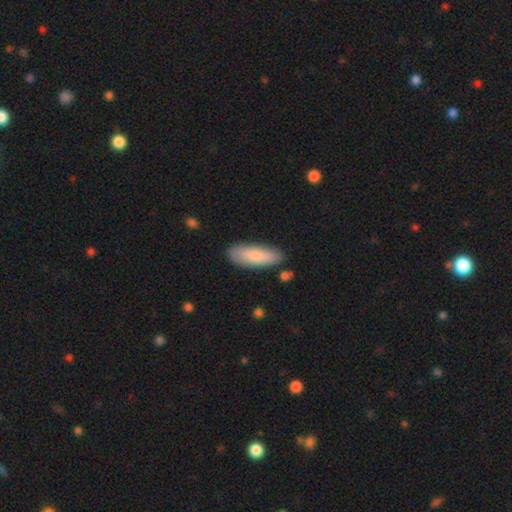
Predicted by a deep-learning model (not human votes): Smooth or featured: smooth — 81% (featured or disk — 14%)
How rounded: in between — 64% (cigar-shaped — 34%)
Merging: none — 84% (minor disturbance — 12%)